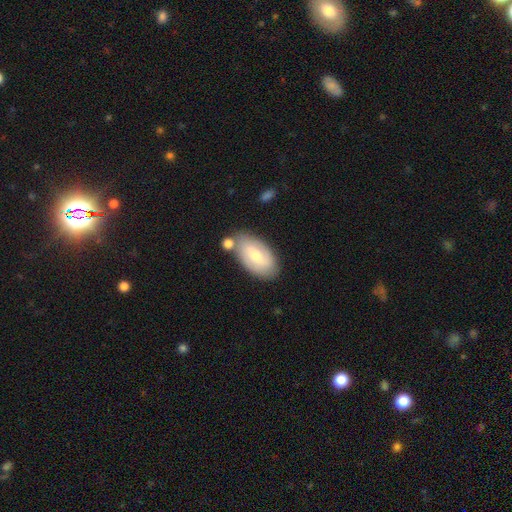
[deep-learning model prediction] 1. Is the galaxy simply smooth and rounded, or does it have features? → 48% smooth, 46% featured or disk, 6% star or artifact.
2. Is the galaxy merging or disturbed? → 69% none, 16% minor disturbance, 11% merger, 4% major disturbance.